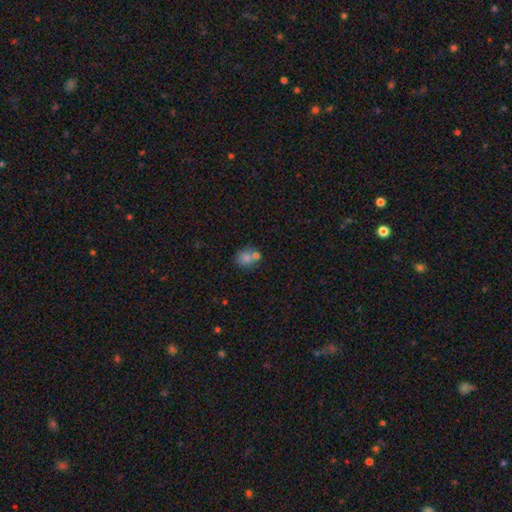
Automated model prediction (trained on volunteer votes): This is likely a smooth galaxy (75%). How rounded: likely round (75%). Merging: possibly none (51%).